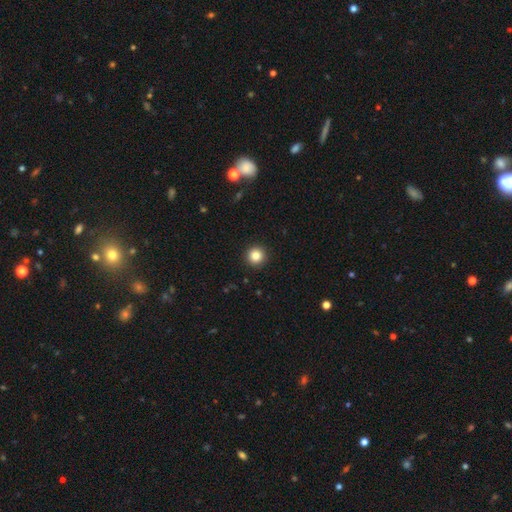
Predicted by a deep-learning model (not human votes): Smooth or featured?
  - smooth: 84% *
  - star or artifact: 11%
  - featured or disk: 5%
How rounded?
  - round: 96% *
  - in between: 3%
  - cigar-shaped: 1%
Merging?
  - none: 93% *
  - minor disturbance: 4%
  - major disturbance: 2%
  - merger: 1%